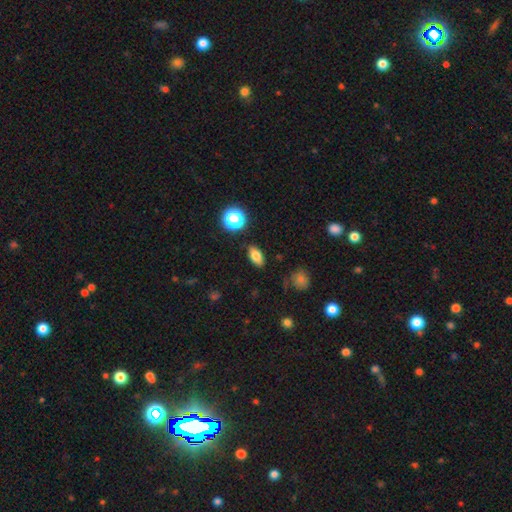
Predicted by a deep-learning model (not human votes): Overall: smooth (79%). How rounded: in between (86%). Merging: none (86%).